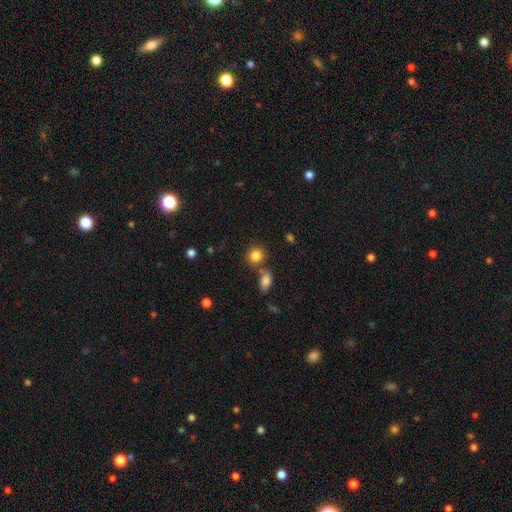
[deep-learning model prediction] The model was most divided on "merging": none: 69%, merger: 17%, minor disturbance: 10%, major disturbance: 4%. More confident: smooth or featured — smooth (84%); how rounded — round (79%).